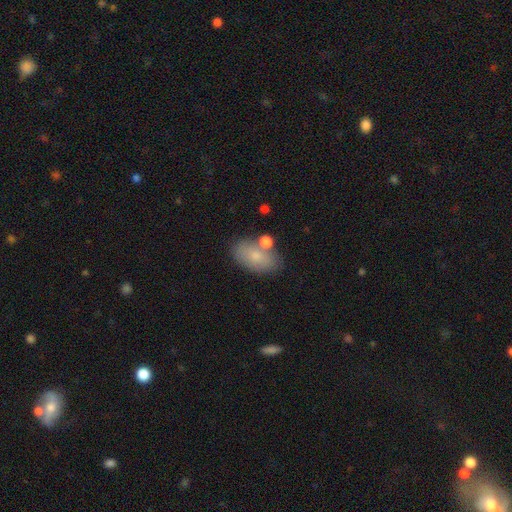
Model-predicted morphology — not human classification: type=smooth (77%); roundness=in between (92%); merging=none (68%).